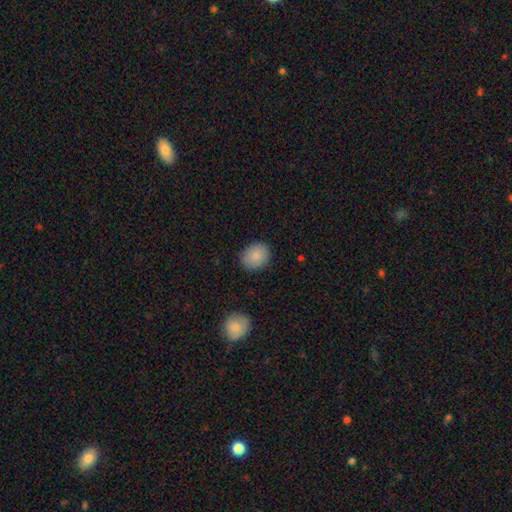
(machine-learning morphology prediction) The model was most divided on "how rounded": round: 61%, in between: 38%, cigar-shaped: 1%. More confident: merging — none (88%); smooth or featured — smooth (86%).